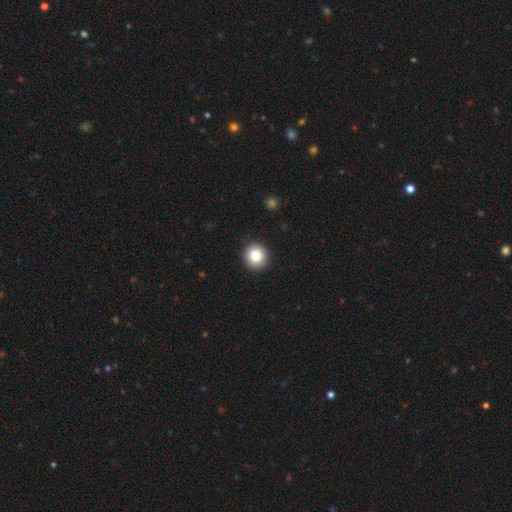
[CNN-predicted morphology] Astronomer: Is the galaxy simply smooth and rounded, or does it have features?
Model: smooth — 86%.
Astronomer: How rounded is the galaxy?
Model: round — 93%.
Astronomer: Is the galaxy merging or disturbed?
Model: none — 91%.